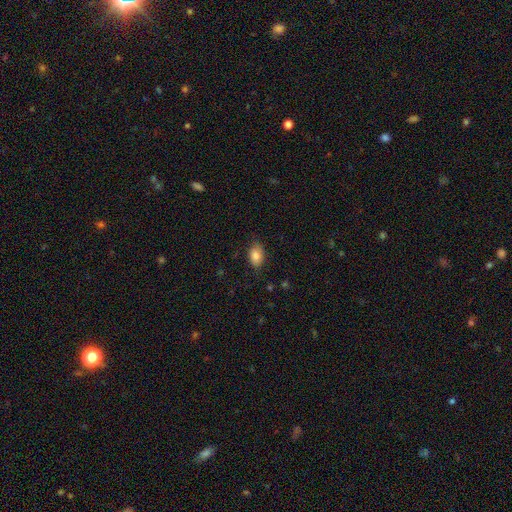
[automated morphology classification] Smooth or featured? Predicted: smooth (p=0.84). How rounded? Predicted: in between (p=0.87). Merging? Predicted: none (p=0.78).